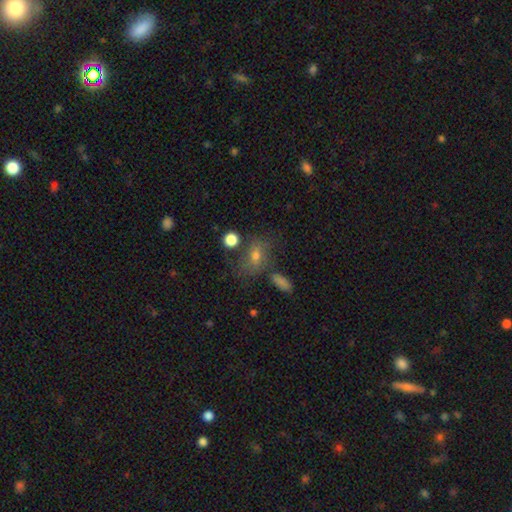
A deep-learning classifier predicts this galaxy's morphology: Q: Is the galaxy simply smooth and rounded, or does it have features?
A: smooth — 63%.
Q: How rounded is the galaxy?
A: in between — 66%.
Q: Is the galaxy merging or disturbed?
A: none — 58%.